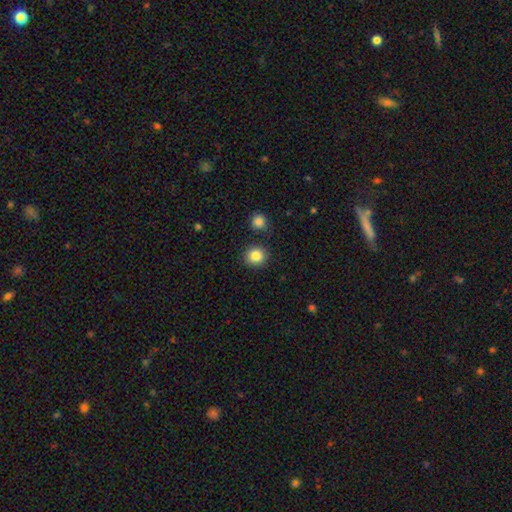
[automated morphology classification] Smooth or featured?
  - smooth: 86% *
  - star or artifact: 10%
  - featured or disk: 5%
How rounded?
  - round: 88% *
  - in between: 11%
  - cigar-shaped: 1%
Merging?
  - none: 87% *
  - minor disturbance: 7%
  - merger: 4%
  - major disturbance: 2%